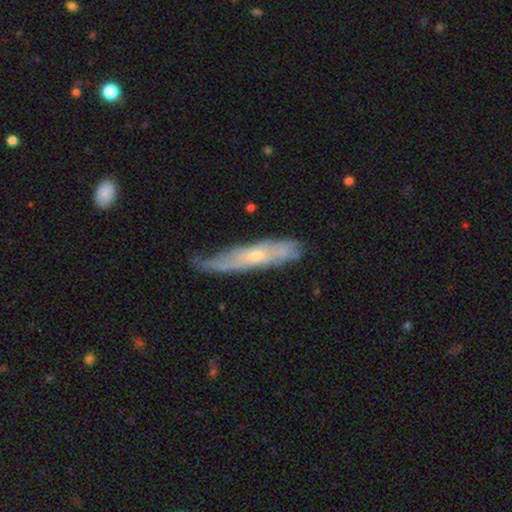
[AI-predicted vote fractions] A featured or disk galaxy (60%) viewed edge-on (54%). Merging: none (49%).